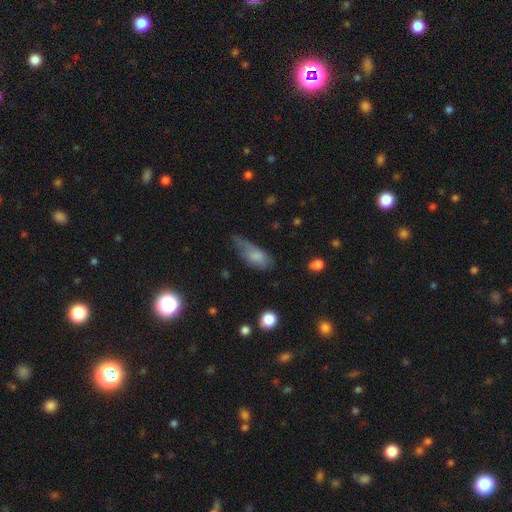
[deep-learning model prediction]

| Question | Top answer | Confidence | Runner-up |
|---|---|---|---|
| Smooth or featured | smooth | 75% | featured or disk (17%) |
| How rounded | in between | 83% | cigar-shaped (14%) |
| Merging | minor disturbance | 41% | none (28%) |